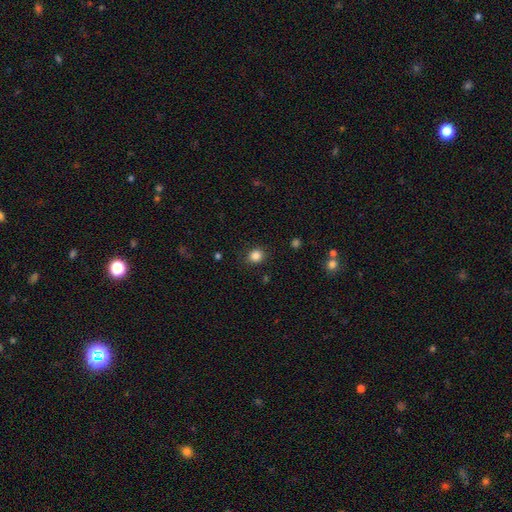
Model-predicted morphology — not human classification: type=smooth (85%); roundness=round (80%); merging=none (87%).